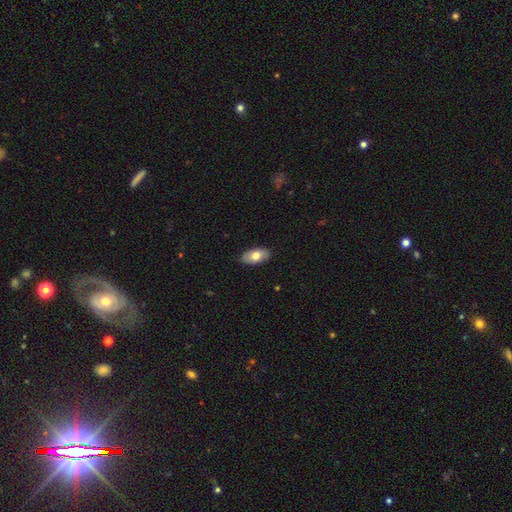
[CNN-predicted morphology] smooth-or-featured: smooth: 76% | featured or disk: 18% | star or artifact: 6%
  how-rounded: in between: 94% | cigar-shaped: 3% | round: 3%
  merging: none: 87% | minor disturbance: 10% | major disturbance: 2% | merger: 1%